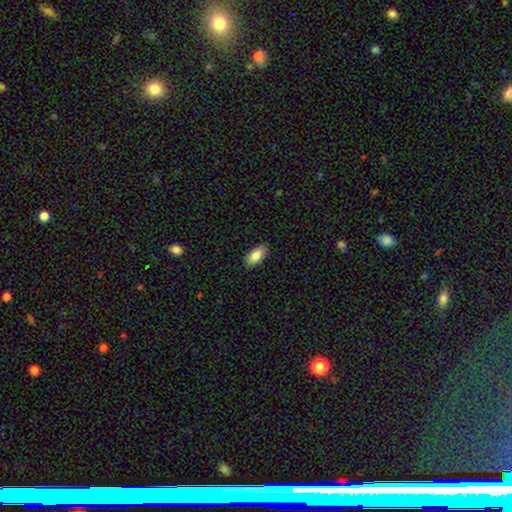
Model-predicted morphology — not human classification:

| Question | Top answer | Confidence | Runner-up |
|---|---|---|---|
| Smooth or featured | smooth | 85% | featured or disk (8%) |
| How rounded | in between | 92% | cigar-shaped (5%) |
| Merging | none | 88% | minor disturbance (9%) |